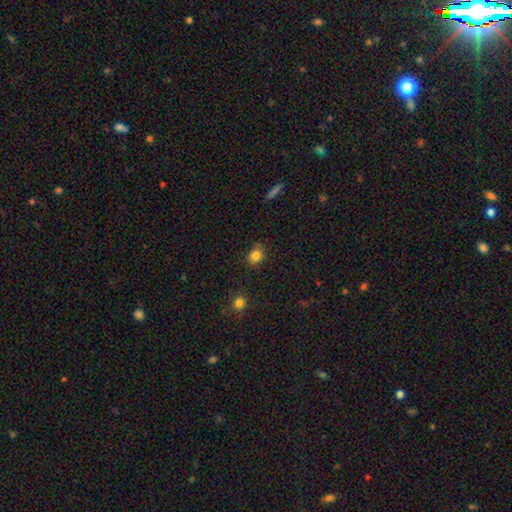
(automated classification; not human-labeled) Smooth or featured?
  - smooth: 82% *
  - star or artifact: 11%
  - featured or disk: 6%
How rounded?
  - round: 54% *
  - in between: 45%
  - cigar-shaped: 1%
Merging?
  - none: 78% *
  - minor disturbance: 17%
  - major disturbance: 3%
  - merger: 2%